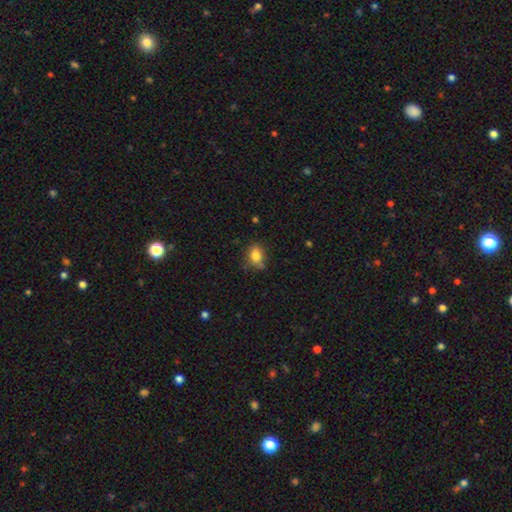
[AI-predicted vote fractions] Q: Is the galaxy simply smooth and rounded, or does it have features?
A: smooth — 82%.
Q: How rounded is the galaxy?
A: in between — 66%.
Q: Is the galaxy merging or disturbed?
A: none — 65%.